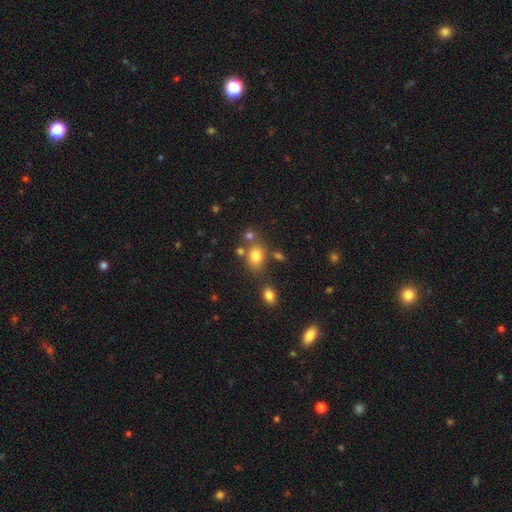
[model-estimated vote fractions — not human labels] Smooth or featured?
  - smooth: 78% *
  - star or artifact: 13%
  - featured or disk: 10%
How rounded?
  - in between: 63% *
  - round: 36%
  - cigar-shaped: 1%
Merging?
  - none: 60% *
  - merger: 19%
  - minor disturbance: 15%
  - major disturbance: 6%